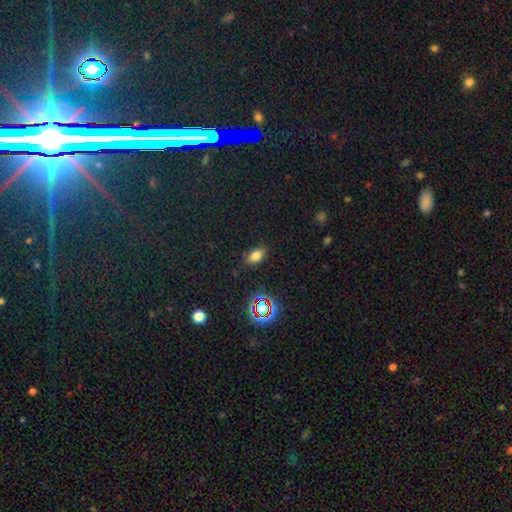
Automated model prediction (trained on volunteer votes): Smooth or featured? Predicted: smooth (p=0.72). How rounded? Predicted: in between (p=0.87). Merging? Predicted: none (p=0.85).